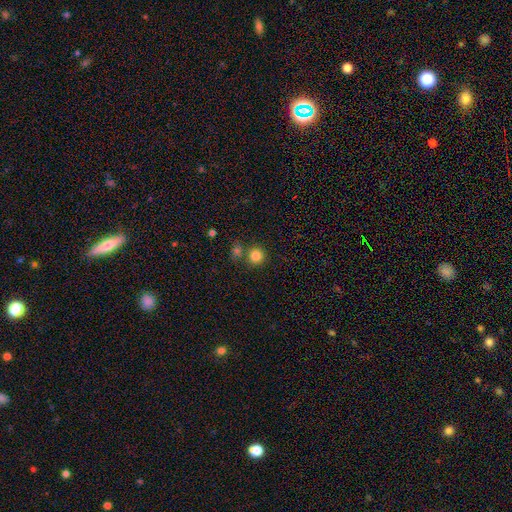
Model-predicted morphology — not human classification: Overall: smooth (83%). How rounded: round (93%). Merging: none (73%).